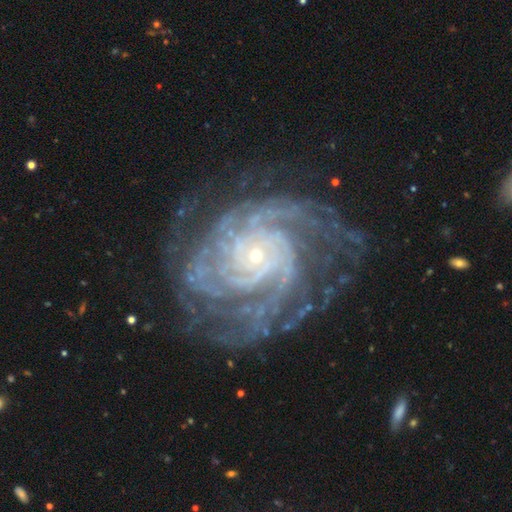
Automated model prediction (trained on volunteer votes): This appears to be a featured or disk galaxy (91%) with no bar (74%), 4 (21%) tight (72%) spiral arms (98%) and a small central bulge (83%). Merging: none (70%).